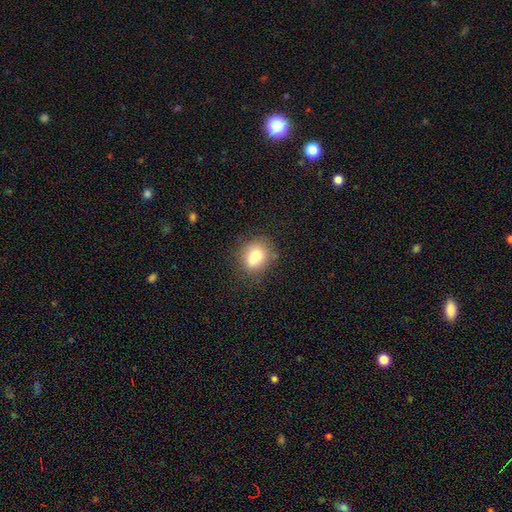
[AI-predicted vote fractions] smooth_or_featured: smooth (p=0.71) [alt: featured or disk p=0.17]
how_rounded: round (p=0.69) [alt: in between p=0.30]
merging: none (p=0.64) [alt: minor disturbance p=0.18]